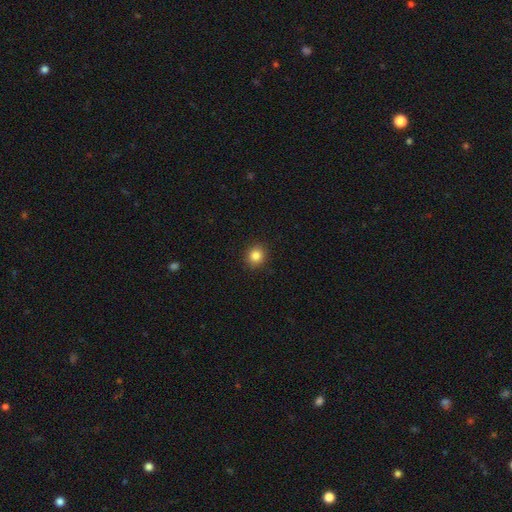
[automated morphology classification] Smooth or featured? Predicted: smooth (p=0.84). How rounded? Predicted: round (p=0.85). Merging? Predicted: none (p=0.91).